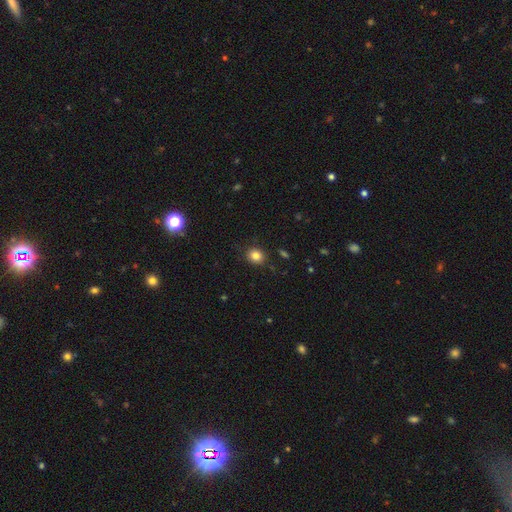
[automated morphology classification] type=smooth (83%); roundness=round (74%); merging=none (87%).